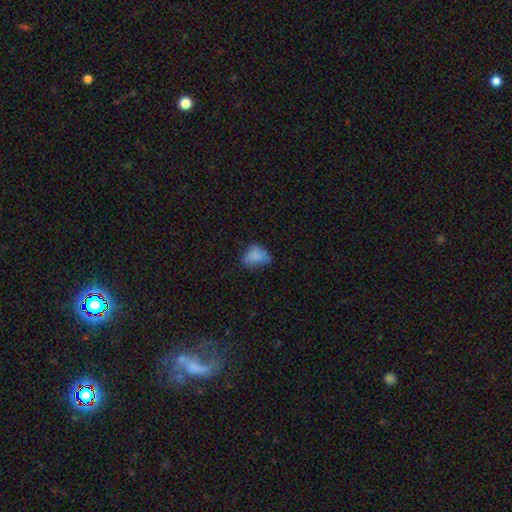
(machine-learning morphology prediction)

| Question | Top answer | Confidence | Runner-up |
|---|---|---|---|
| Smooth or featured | smooth | 73% | featured or disk (15%) |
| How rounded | in between | 76% | round (23%) |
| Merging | none | 43% | minor disturbance (38%) |